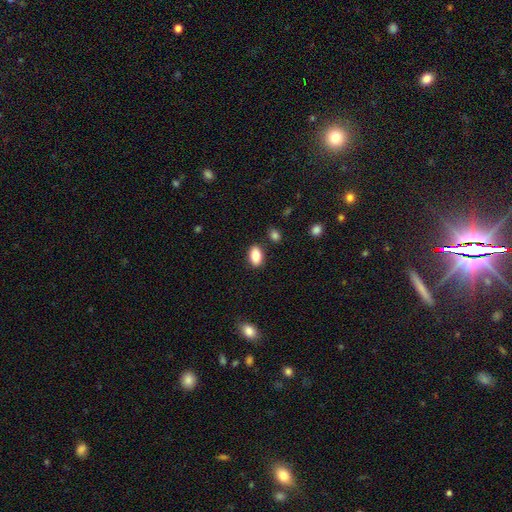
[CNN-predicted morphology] smooth-or-featured: smooth: 85% | star or artifact: 8% | featured or disk: 7%
  how-rounded: in between: 90% | round: 7% | cigar-shaped: 3%
  merging: none: 86% | minor disturbance: 9% | merger: 3% | major disturbance: 2%